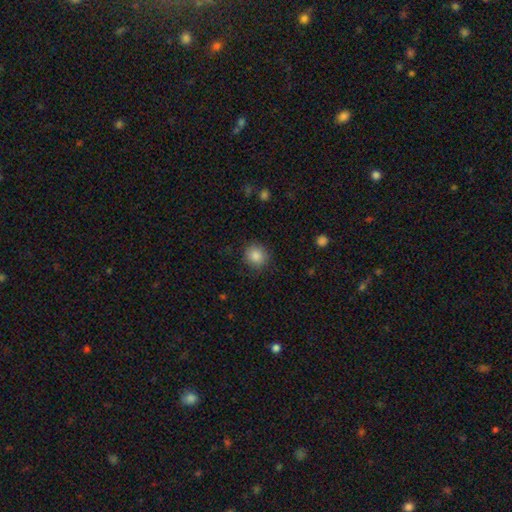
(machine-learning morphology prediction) smooth 86%, star or artifact 10%, featured or disk 4%. Down the decision tree: how rounded — round (88%); merging — none (88%).